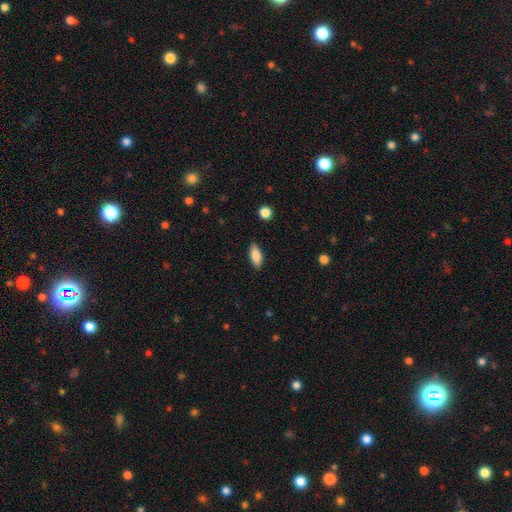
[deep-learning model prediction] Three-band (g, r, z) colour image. It shows a smooth galaxy with no disk features (84%) that is in between round and cigar-shaped (83%). Merging: none (86%).